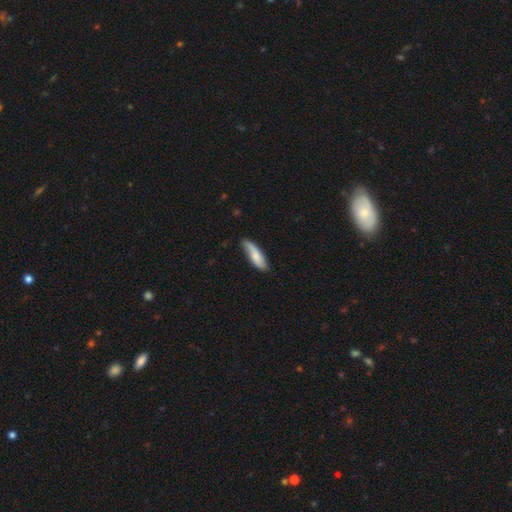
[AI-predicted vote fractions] Morphology: type=smooth (65%); roundness=cigar-shaped (55%); merging=none (72%).